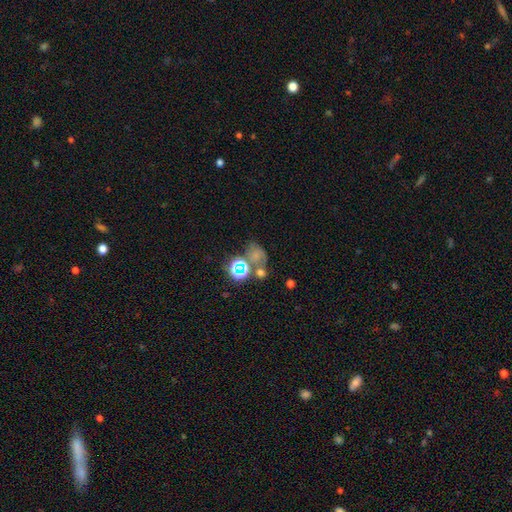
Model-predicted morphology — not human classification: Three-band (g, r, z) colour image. It shows a smooth galaxy with no disk features (50%) that is round (51%). Merging: none (40%).